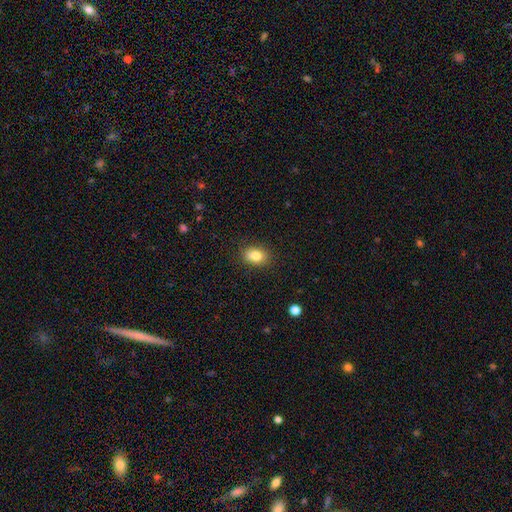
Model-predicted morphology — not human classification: Smooth or featured? smooth (82%)
How rounded? in between (70%)
Merging? none (87%)